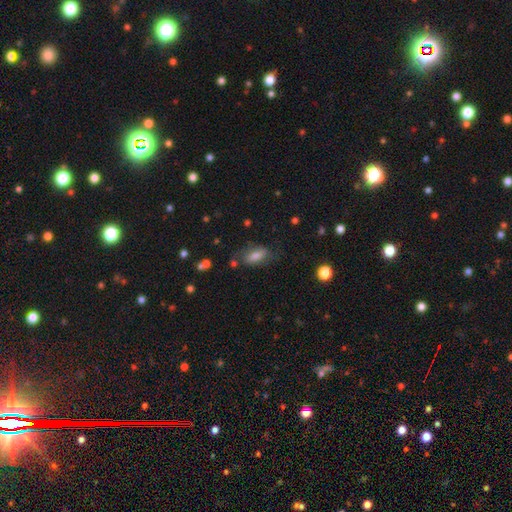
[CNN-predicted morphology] Q: Smooth or featured?
A: smooth (67%); runner-up: featured or disk (23%)
Q: How rounded?
A: in between (84%); runner-up: cigar-shaped (11%)
Q: Merging?
A: none (68%); runner-up: minor disturbance (20%)